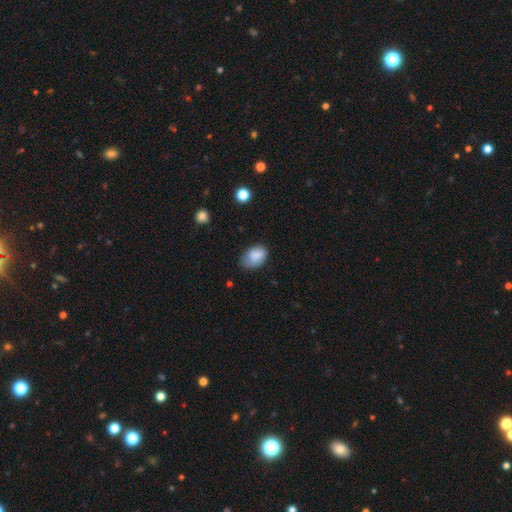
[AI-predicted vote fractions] The model was most divided on "merging": none: 62%, minor disturbance: 29%, major disturbance: 7%, merger: 2%. More confident: how rounded — in between (86%); smooth or featured — smooth (85%).